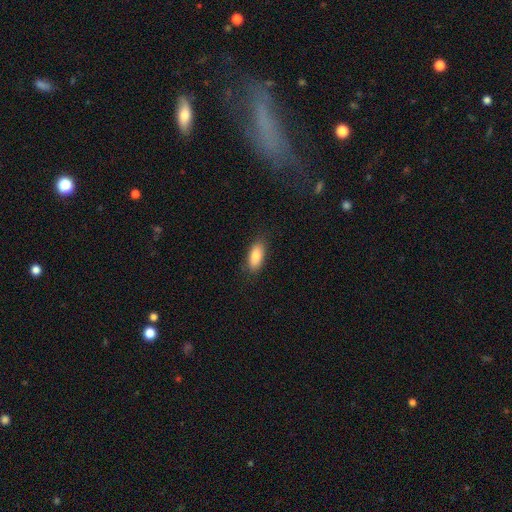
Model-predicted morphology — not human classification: smooth-or-featured: smooth: 83% | featured or disk: 10% | star or artifact: 7%
  how-rounded: in between: 84% | cigar-shaped: 13% | round: 3%
  merging: none: 84% | minor disturbance: 12% | major disturbance: 3% | merger: 1%